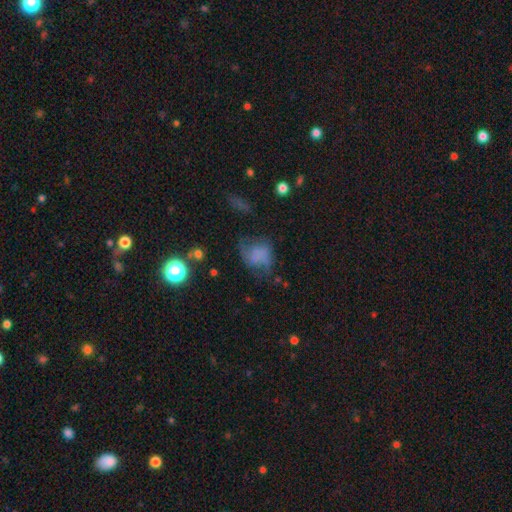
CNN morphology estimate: This appears to be a smooth galaxy with no disk features (49%). Merging: none (41%).